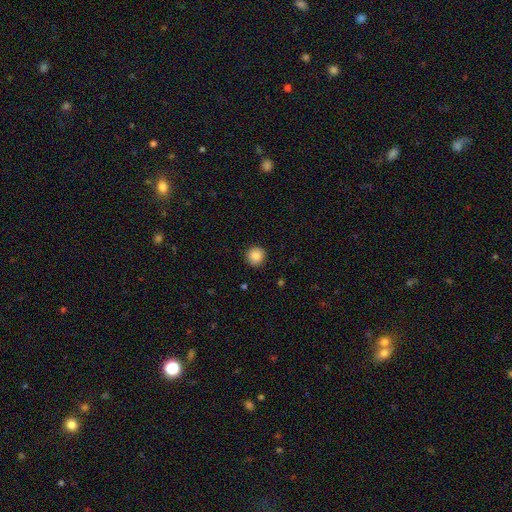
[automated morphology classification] Smooth or featured?
  - smooth: 87% *
  - star or artifact: 9%
  - featured or disk: 3%
How rounded?
  - round: 94% *
  - in between: 5%
  - cigar-shaped: 1%
Merging?
  - none: 91% *
  - minor disturbance: 6%
  - major disturbance: 2%
  - merger: 1%